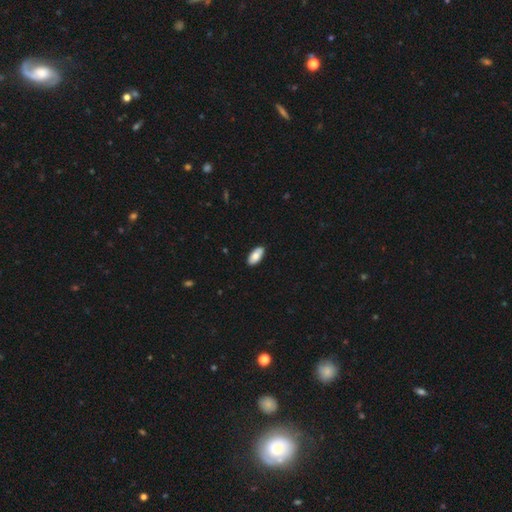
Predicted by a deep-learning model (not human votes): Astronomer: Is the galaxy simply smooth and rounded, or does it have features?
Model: smooth — 80%.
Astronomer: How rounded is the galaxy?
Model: in between — 91%.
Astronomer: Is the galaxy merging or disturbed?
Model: none — 88%.